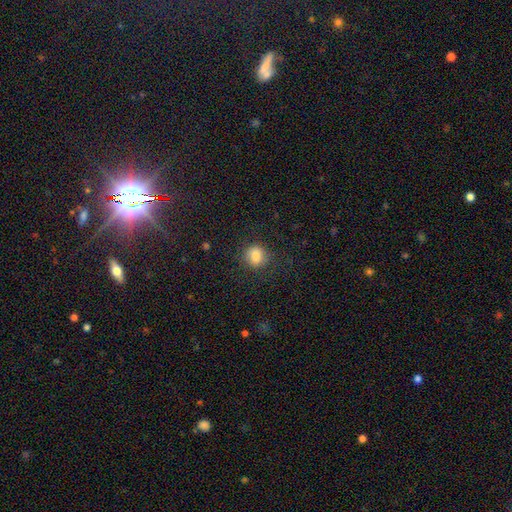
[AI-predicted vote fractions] smooth-or-featured: smooth: 82% | star or artifact: 12% | featured or disk: 6%
  how-rounded: round: 75% | in between: 24% | cigar-shaped: 1%
  merging: none: 81% | minor disturbance: 12% | major disturbance: 5% | merger: 1%